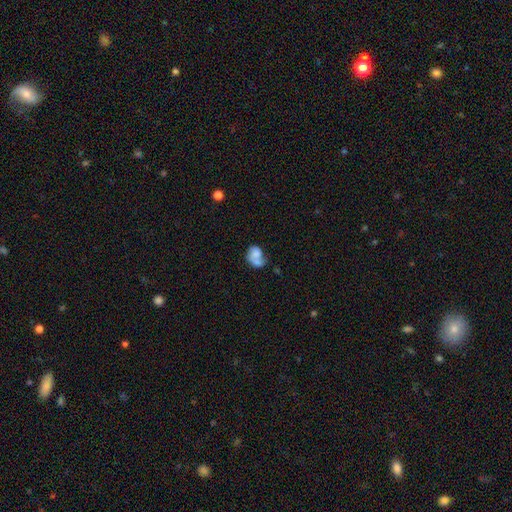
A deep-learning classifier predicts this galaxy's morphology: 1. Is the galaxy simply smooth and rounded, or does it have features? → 64% smooth, 27% featured or disk, 9% star or artifact.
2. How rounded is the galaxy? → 58% in between, 41% round, 1% cigar-shaped.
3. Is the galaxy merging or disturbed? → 48% merger, 22% none, 15% major disturbance, 15% minor disturbance.